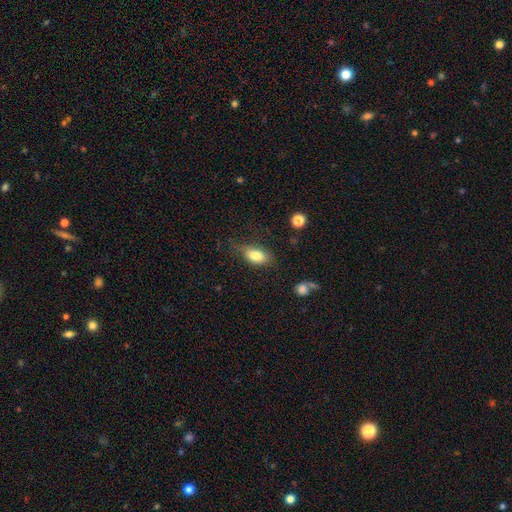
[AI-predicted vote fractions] Smooth or featured? Predicted: smooth (p=0.79). How rounded? Predicted: in between (p=0.87). Merging? Predicted: none (p=0.64).